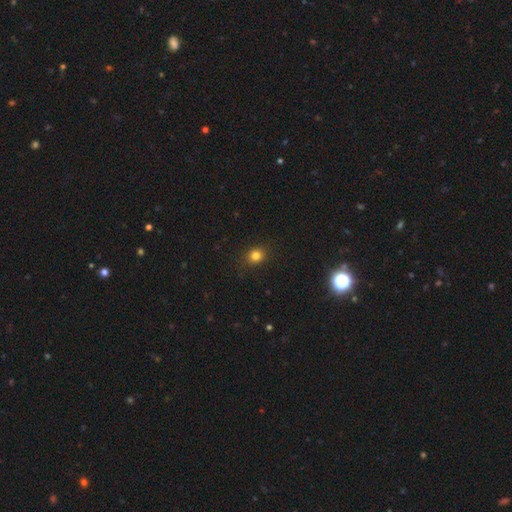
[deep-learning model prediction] A smooth galaxy with no disk features (81%) that is round (74%).

Vote fractions:
- Smooth or featured? smooth: 81% / star or artifact: 14% / featured or disk: 5%
- How rounded? round: 74% / in between: 25% / cigar-shaped: 1%
- Merging? none: 88% / minor disturbance: 8% / major disturbance: 3% / merger: 1%